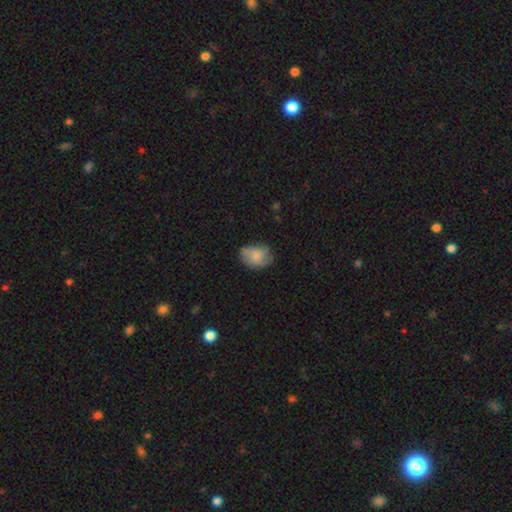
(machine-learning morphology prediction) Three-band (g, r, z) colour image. It shows a smooth galaxy with no disk features (73%) that is in between round and cigar-shaped (72%). Merging: none (61%).